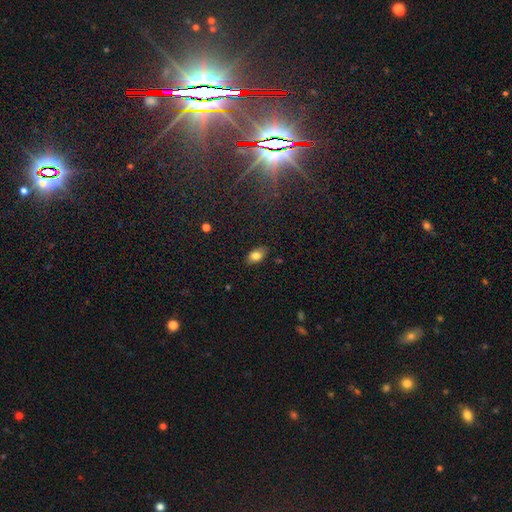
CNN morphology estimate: A smooth galaxy with no disk features (80%) that is in between round and cigar-shaped (89%).

Vote fractions:
- Smooth or featured? smooth: 80% / featured or disk: 12% / star or artifact: 9%
- How rounded? in between: 89% / round: 8% / cigar-shaped: 2%
- Merging? none: 85% / minor disturbance: 12% / major disturbance: 2% / merger: 1%